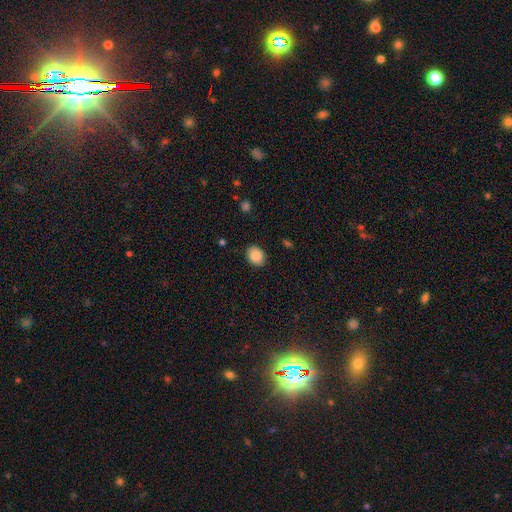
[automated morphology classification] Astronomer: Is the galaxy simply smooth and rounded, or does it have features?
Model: smooth — 87%.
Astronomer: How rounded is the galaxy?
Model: in between — 57% (runner-up: round, 43%).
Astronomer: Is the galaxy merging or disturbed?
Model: none — 87%.